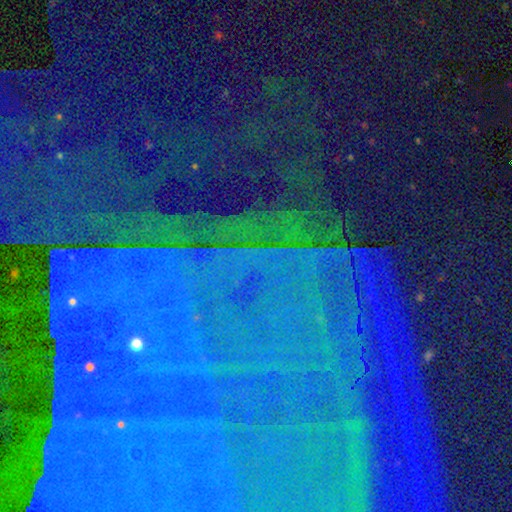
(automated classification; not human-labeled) Smooth or featured? Predicted: star or artifact (p=0.88).